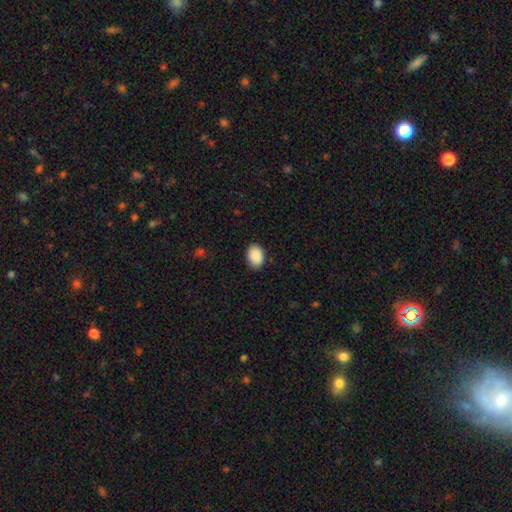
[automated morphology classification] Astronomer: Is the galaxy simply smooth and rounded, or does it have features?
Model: smooth — 91%.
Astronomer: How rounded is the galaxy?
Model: in between — 79%.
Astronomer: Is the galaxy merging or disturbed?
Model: none — 88%.